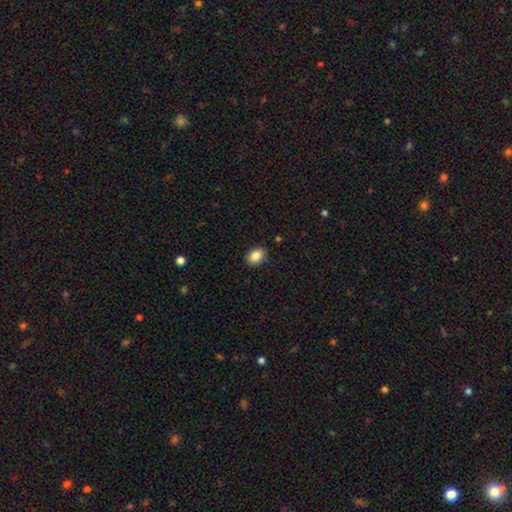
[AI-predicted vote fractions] Q: Smooth or featured?
A: smooth (87%); runner-up: star or artifact (8%)
Q: How rounded?
A: in between (75%); runner-up: round (23%)
Q: Merging?
A: none (89%); runner-up: minor disturbance (8%)